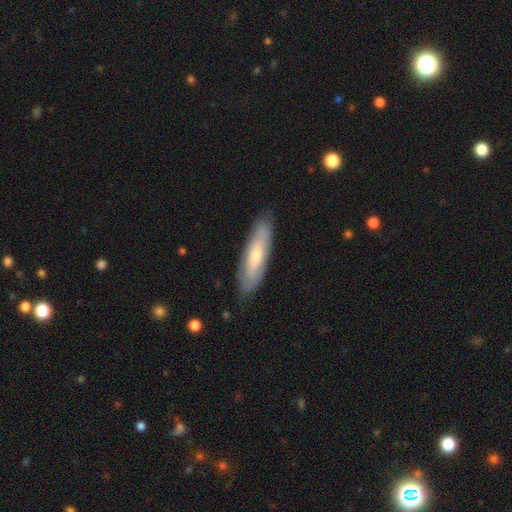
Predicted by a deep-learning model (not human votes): smooth-or-featured: smooth: 61% | featured or disk: 33% | star or artifact: 6%
  how-rounded: cigar-shaped: 64% | in between: 35% | round: 1%
  merging: none: 84% | minor disturbance: 12% | major disturbance: 2% | merger: 1%